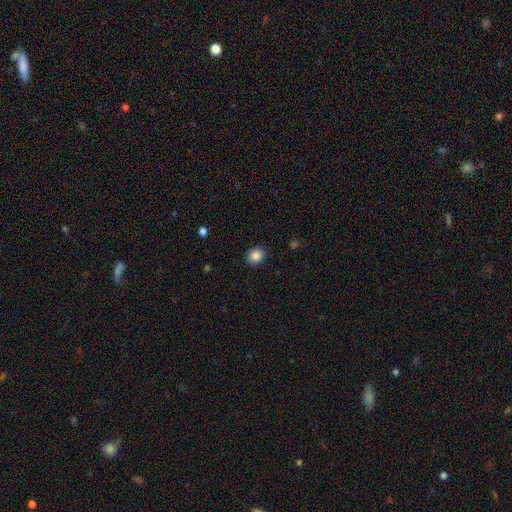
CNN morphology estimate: Smooth or featured: smooth — 86% (star or artifact — 10%)
How rounded: round — 68% (in between — 31%)
Merging: none — 90% (minor disturbance — 7%)